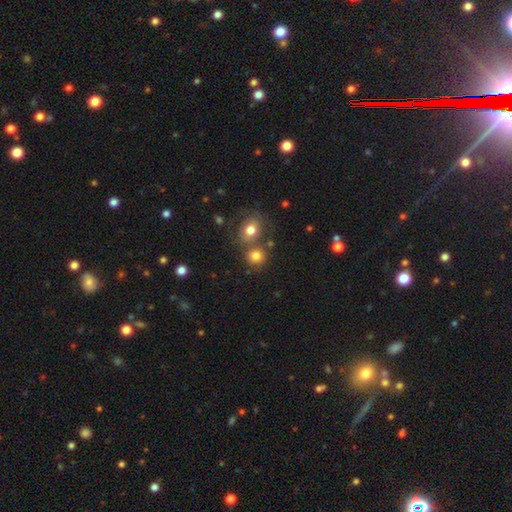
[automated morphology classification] Smooth or featured? Predicted: smooth (p=0.79). How rounded? Predicted: round (p=0.83). Merging? Predicted: none (p=0.60).